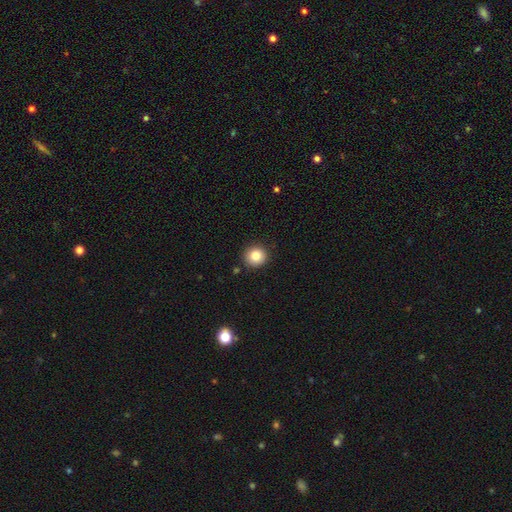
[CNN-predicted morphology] smooth 84%, star or artifact 10%, featured or disk 6%. Down the decision tree: how rounded — round (91%); merging — none (89%).